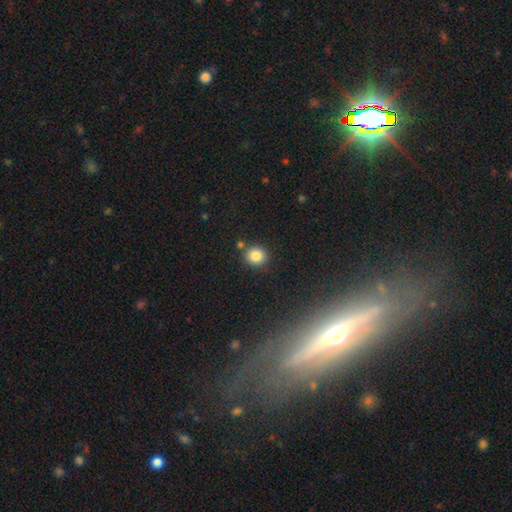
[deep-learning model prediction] smooth_or_featured: smooth (p=0.85) [alt: star or artifact p=0.10]
how_rounded: round (p=0.86) [alt: in between p=0.13]
merging: none (p=0.81) [alt: minor disturbance p=0.08]